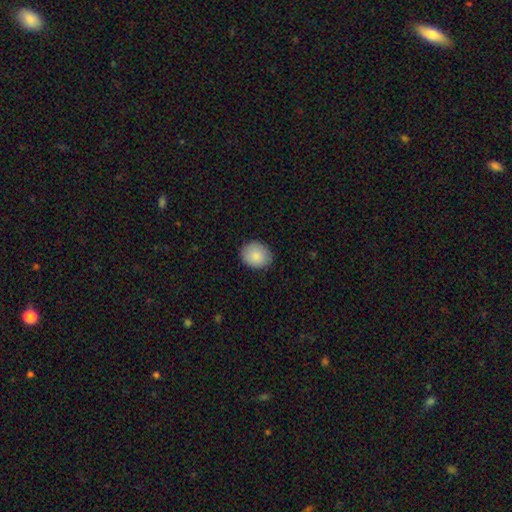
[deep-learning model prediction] smooth 87%, star or artifact 7%, featured or disk 6%. Down the decision tree: how rounded — round (59%); merging — none (86%).